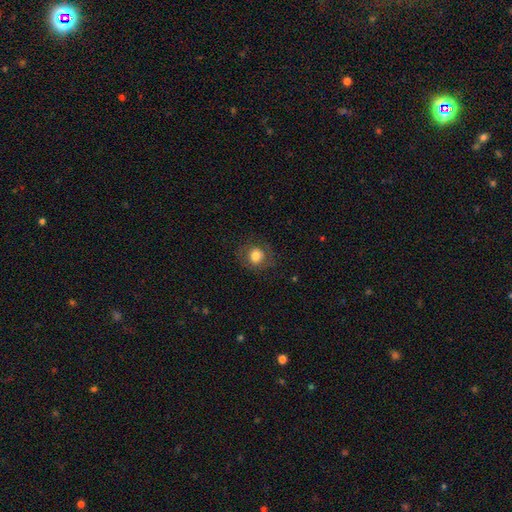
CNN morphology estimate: smooth_or_featured: smooth (p=0.75) [alt: featured or disk p=0.16]
how_rounded: round (p=0.81) [alt: in between p=0.18]
merging: none (p=0.78) [alt: minor disturbance p=0.14]